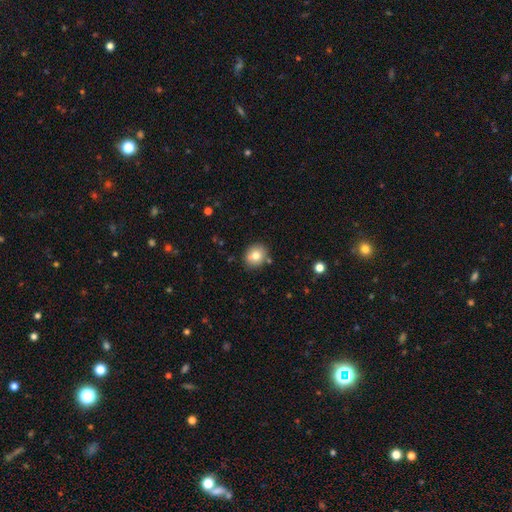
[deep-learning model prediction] Smooth or featured? Predicted: smooth (p=0.77). How rounded? Predicted: round (p=0.72). Merging? Predicted: none (p=0.83).